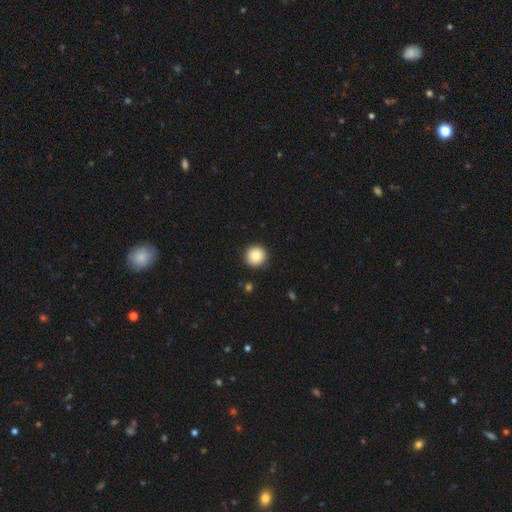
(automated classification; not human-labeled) This appears to be a smooth galaxy with no disk features (85%) that is round (95%). Merging: none (91%).